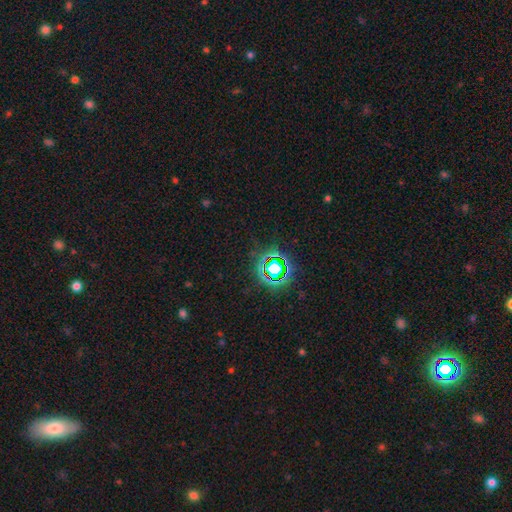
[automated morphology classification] Smooth or featured?
  - star or artifact: 72% *
  - smooth: 21%
  - featured or disk: 8%